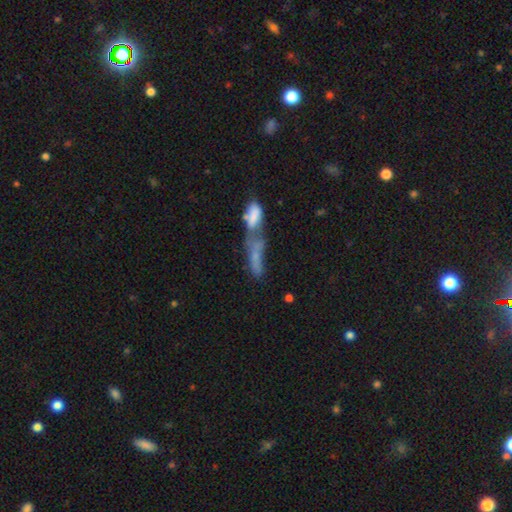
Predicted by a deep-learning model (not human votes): Smooth or featured? smooth (55%)
How rounded? cigar-shaped (50%)
Merging? merger (70%)